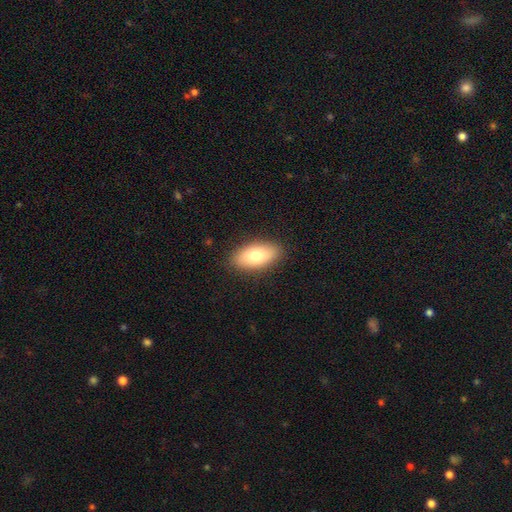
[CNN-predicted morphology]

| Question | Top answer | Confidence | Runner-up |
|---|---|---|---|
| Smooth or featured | smooth | 77% | featured or disk (16%) |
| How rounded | in between | 90% | cigar-shaped (7%) |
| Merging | none | 88% | minor disturbance (8%) |